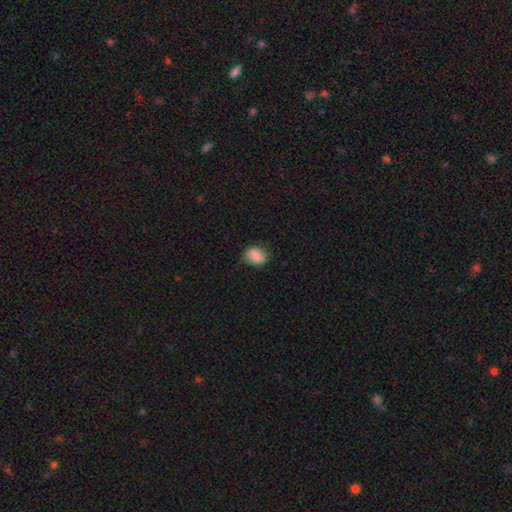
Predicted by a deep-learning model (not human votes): Morphology: type=smooth (80%); roundness=in between (62%); merging=none (69%).